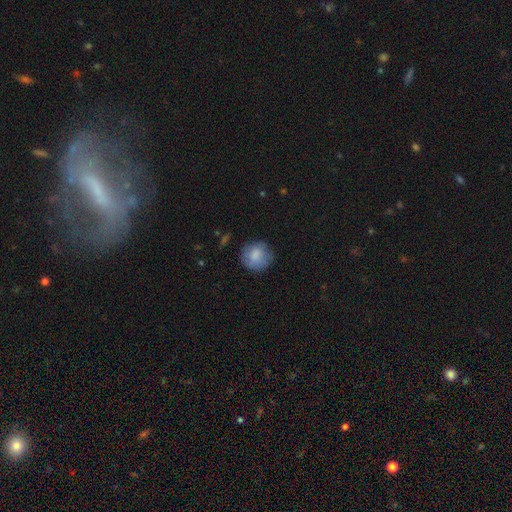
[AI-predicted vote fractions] Smooth or featured: smooth — 78% (featured or disk — 14%)
How rounded: round — 88% (in between — 11%)
Merging: none — 74% (minor disturbance — 19%)